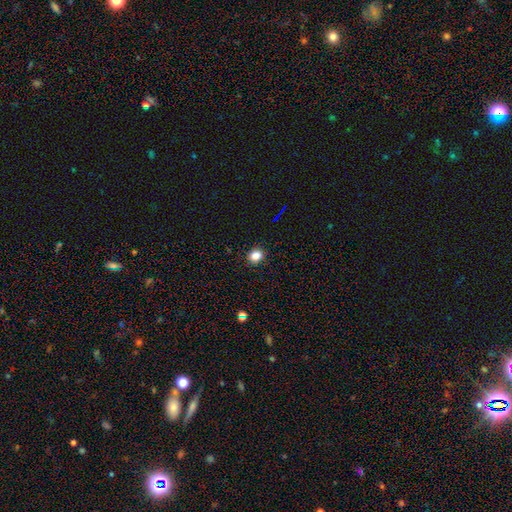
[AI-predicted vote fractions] This is clearly a smooth galaxy (82%). How rounded: likely round (69%). Merging: clearly none (90%).